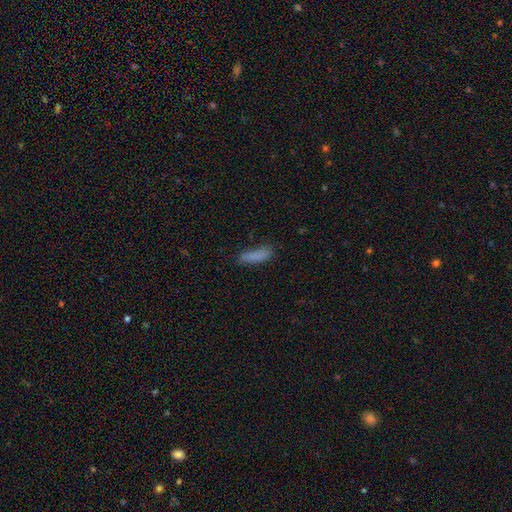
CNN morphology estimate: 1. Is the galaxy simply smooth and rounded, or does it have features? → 83% smooth, 9% star or artifact, 8% featured or disk.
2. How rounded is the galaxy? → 61% cigar-shaped, 37% in between, 2% round.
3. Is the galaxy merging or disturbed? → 69% none, 22% minor disturbance, 6% major disturbance, 3% merger.